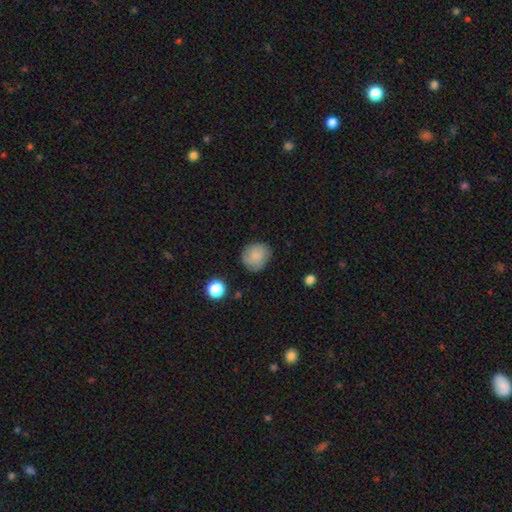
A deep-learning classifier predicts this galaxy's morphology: The model was most divided on "smooth or featured": smooth: 73%, featured or disk: 18%, star or artifact: 9%. More confident: how rounded — round (81%); merging — none (77%).